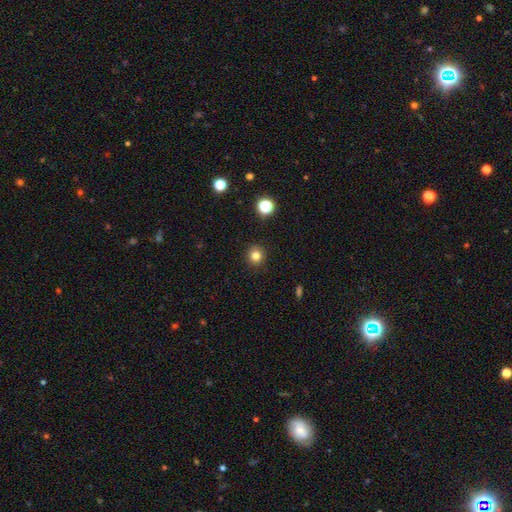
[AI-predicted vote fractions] A smooth galaxy with no disk features (81%) that is round (92%).

Vote fractions:
- Smooth or featured? smooth: 81% / star or artifact: 14% / featured or disk: 6%
- How rounded? round: 92% / in between: 7% / cigar-shaped: 1%
- Merging? none: 92% / minor disturbance: 5% / major disturbance: 2% / merger: 1%